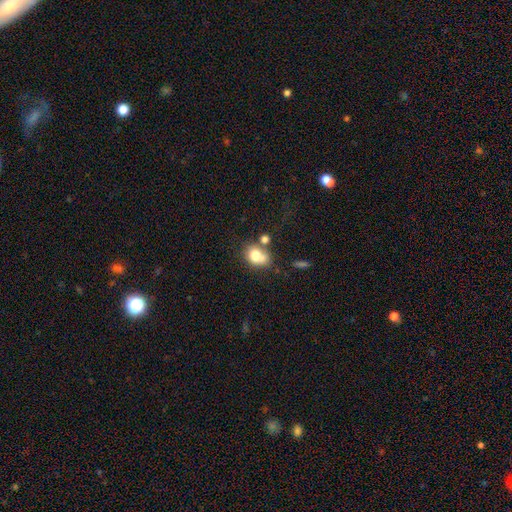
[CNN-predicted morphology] smooth-or-featured: smooth: 75% | featured or disk: 15% | star or artifact: 10%
  how-rounded: in between: 53% | round: 45% | cigar-shaped: 1%
  merging: none: 44% | merger: 31% | minor disturbance: 17% | major disturbance: 8%